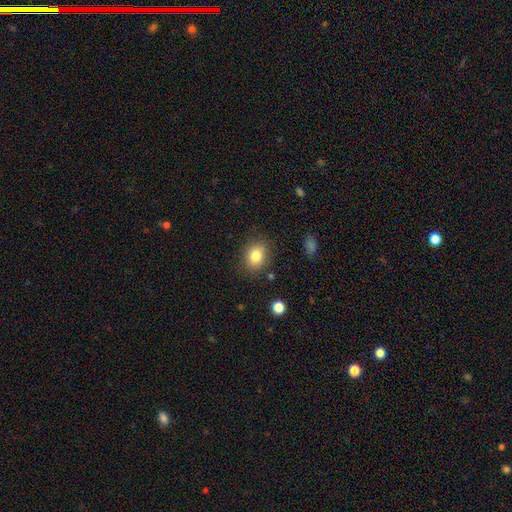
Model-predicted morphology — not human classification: Smooth or featured: smooth — 81% (star or artifact — 10%)
How rounded: round — 50% (in between — 49%)
Merging: none — 83% (minor disturbance — 11%)